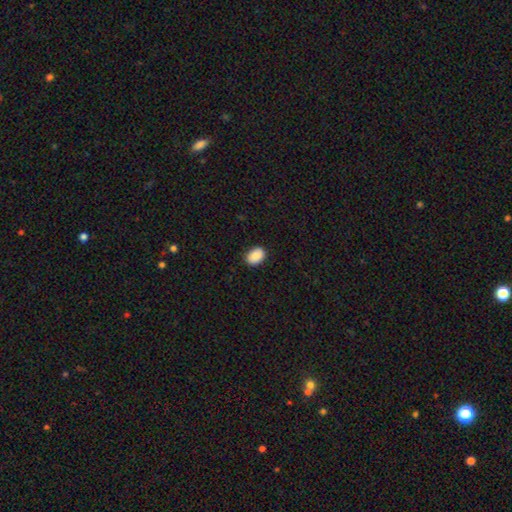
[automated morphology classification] A smooth galaxy with no disk features (90%) that is in between round and cigar-shaped (81%).

Vote fractions:
- Smooth or featured? smooth: 90% / star or artifact: 7% / featured or disk: 3%
- How rounded? in between: 81% / round: 18% / cigar-shaped: 1%
- Merging? none: 88% / minor disturbance: 9% / major disturbance: 2% / merger: 1%